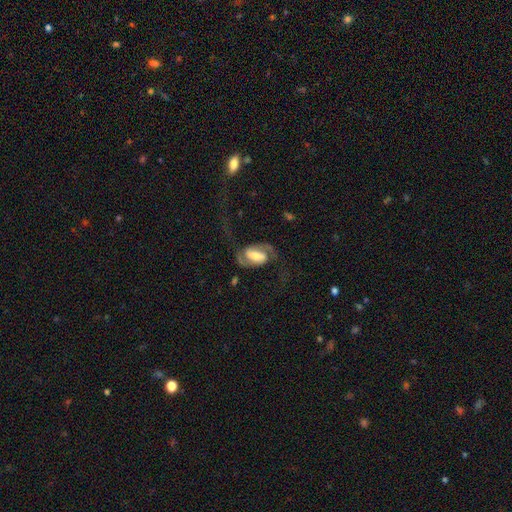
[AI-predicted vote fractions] smooth-or-featured: featured or disk: 82% | smooth: 12% | star or artifact: 6%
  disk-edge-on: no: 97% | yes: 3%
    bar: strong: 42% | weak: 40% | no: 18%
    has-spiral-arms: yes: 94% | no: 6%
      spiral-winding: loose: 50% | medium: 39% | tight: 11%
      spiral-arm-count: 2: 93% | 1: 2% | can't tell: 2% | 3: 1% | 4: 1% | more than 4: 1%
    bulge-size: moderate: 43% | large: 24% | small: 22% | none: 6% | dominant: 5%
  merging: none: 58% | major disturbance: 26% | minor disturbance: 14% | merger: 2%